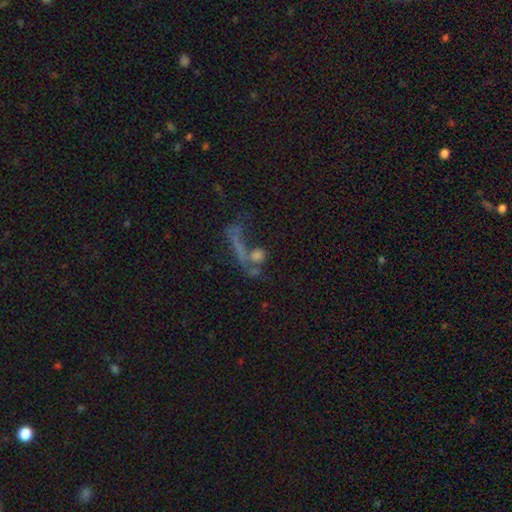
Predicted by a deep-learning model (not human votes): Smooth or featured? Predicted: smooth (p=0.45). Merging? Predicted: none (p=0.34, tied with merger).